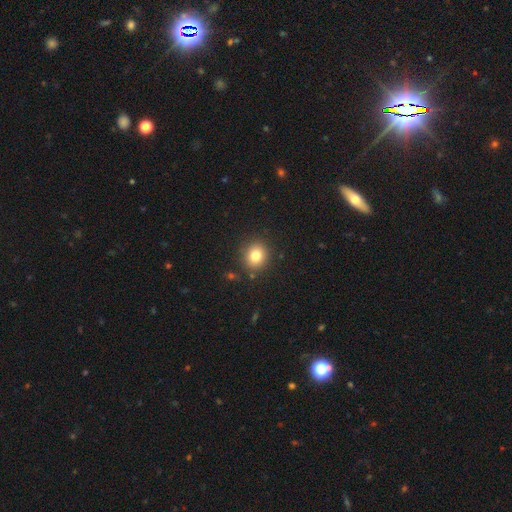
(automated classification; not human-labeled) Smooth or featured? Predicted: smooth (p=0.80). How rounded? Predicted: round (p=0.86). Merging? Predicted: none (p=0.88).